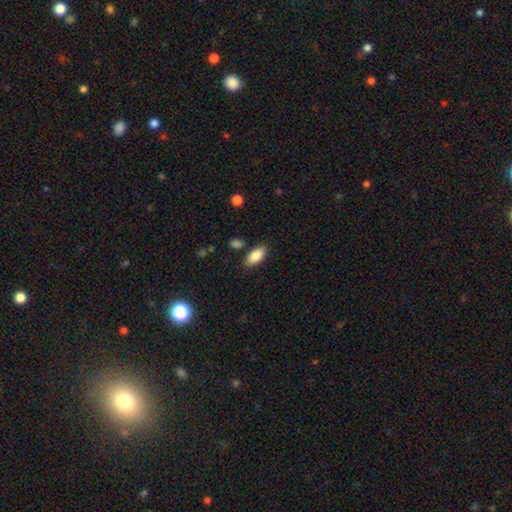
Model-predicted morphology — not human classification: A smooth galaxy with no disk features (86%) that is in between round and cigar-shaped (90%). Merging: none (84%).